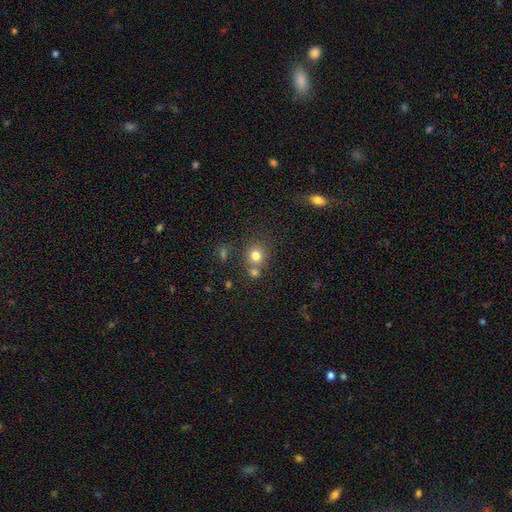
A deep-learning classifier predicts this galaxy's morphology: This appears to be a smooth galaxy with no disk features (78%) that is round (82%). Merging: none (60%).